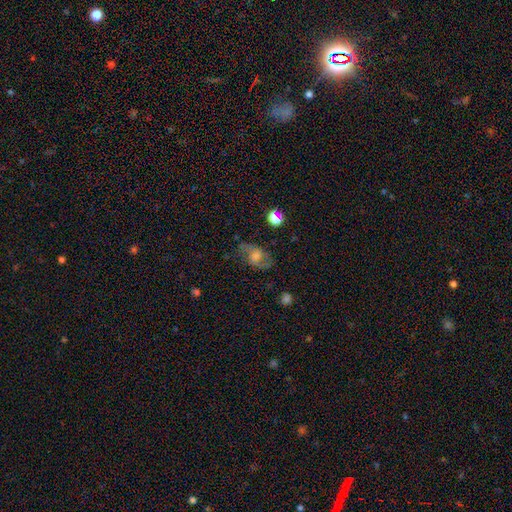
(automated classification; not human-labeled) A featured or disk galaxy (55%) with no bar (50%), spiral arms (82%) and a moderate central bulge (32%).

Vote fractions:
- Smooth or featured? featured or disk: 55% / smooth: 30% / star or artifact: 14%
- Edge-on disk? no: 95% / yes: 5%
- Bar? no: 50% / weak: 40% / strong: 10%
- Spiral arms? yes: 82% / no: 18%
- Bulge size? moderate: 32% / small: 23% / large: 22% / none: 20% / dominant: 3%
- Merging? none: 65% / minor disturbance: 20% / major disturbance: 13% / merger: 2%